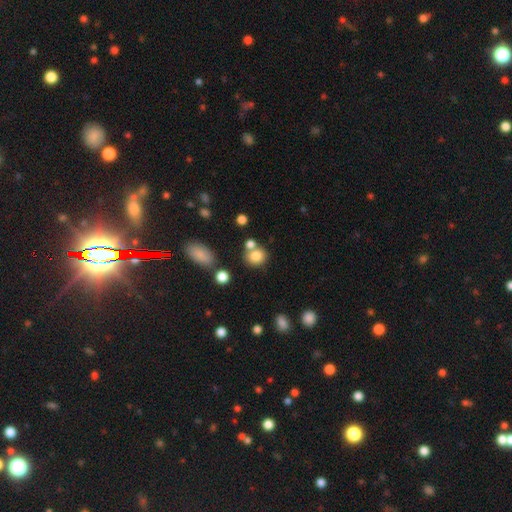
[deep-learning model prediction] Morphology: type=smooth (81%); roundness=round (73%); merging=none (63%).